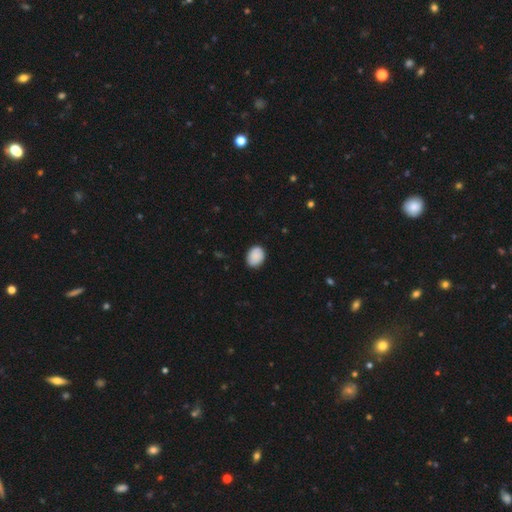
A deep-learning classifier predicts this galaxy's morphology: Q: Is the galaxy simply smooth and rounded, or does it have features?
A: smooth — 88%.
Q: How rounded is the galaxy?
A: in between — 60%.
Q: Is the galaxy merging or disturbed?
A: none — 83%.